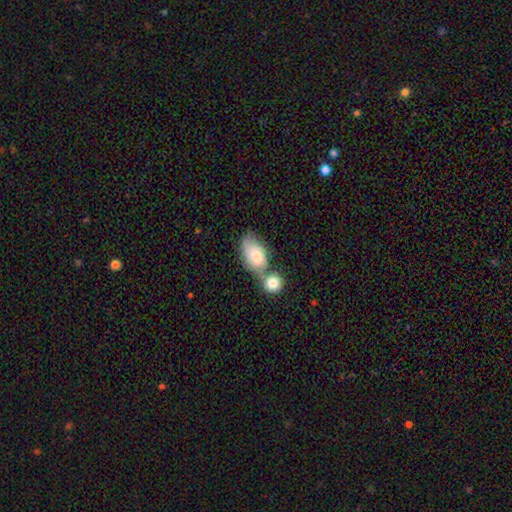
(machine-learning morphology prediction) A smooth galaxy with no disk features (72%) that is in between round and cigar-shaped (84%). Merging: merger (51%).